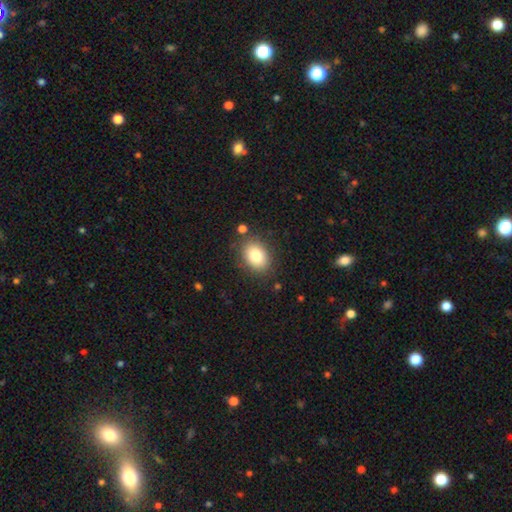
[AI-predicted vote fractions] Morphology: type=smooth (82%); roundness=in between (70%); merging=none (83%).